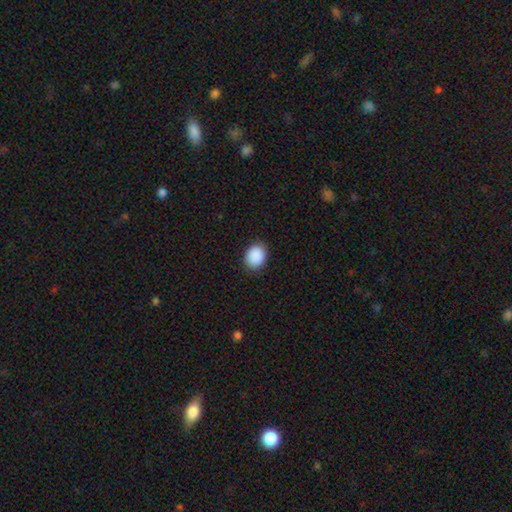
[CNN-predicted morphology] Smooth or featured?
  - smooth: 90% *
  - star or artifact: 7%
  - featured or disk: 3%
How rounded?
  - round: 53% *
  - in between: 46%
  - cigar-shaped: 1%
Merging?
  - none: 88% *
  - minor disturbance: 9%
  - major disturbance: 2%
  - merger: 1%